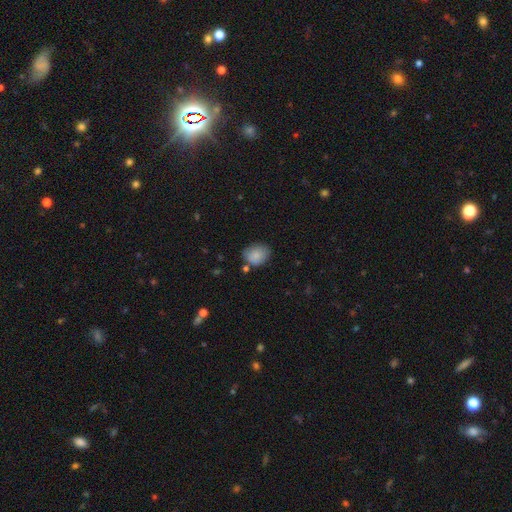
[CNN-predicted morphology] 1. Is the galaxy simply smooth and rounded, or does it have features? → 85% smooth, 8% star or artifact, 7% featured or disk.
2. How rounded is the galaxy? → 50% round, 49% in between, 1% cigar-shaped.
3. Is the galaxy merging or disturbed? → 66% none, 22% minor disturbance, 7% merger, 5% major disturbance.